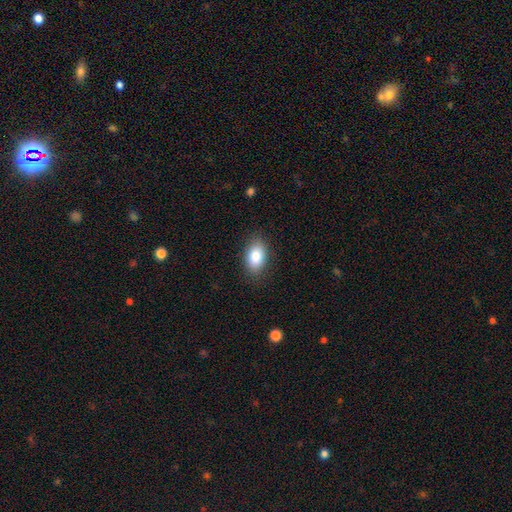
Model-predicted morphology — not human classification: Q: Smooth or featured?
A: smooth (84%); runner-up: featured or disk (8%)
Q: How rounded?
A: in between (90%); runner-up: round (8%)
Q: Merging?
A: none (86%); runner-up: minor disturbance (10%)